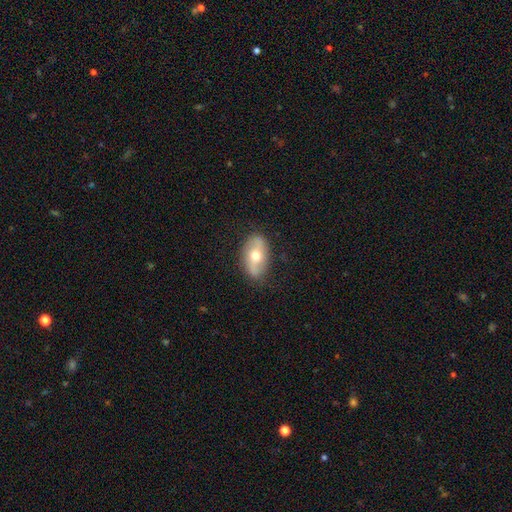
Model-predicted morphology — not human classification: Smooth or featured?
  - featured or disk: 47% *
  - smooth: 46%
  - star or artifact: 7%
Merging?
  - none: 82% *
  - minor disturbance: 13%
  - major disturbance: 3%
  - merger: 1%